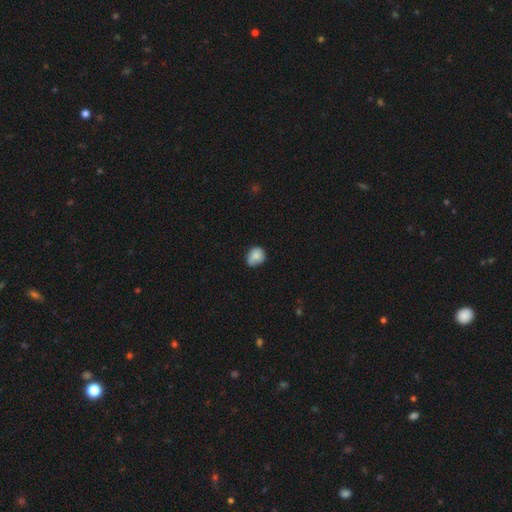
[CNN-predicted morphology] smooth 78%, featured or disk 14%, star or artifact 8%. Down the decision tree: how rounded — round (61%); merging — none (50%).